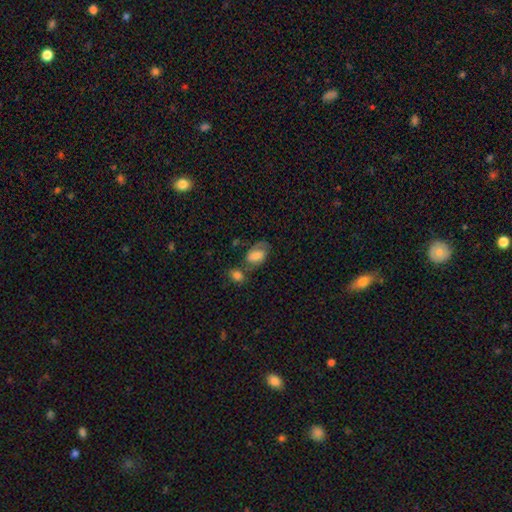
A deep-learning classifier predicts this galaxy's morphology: Q: Smooth or featured?
A: smooth (66%); runner-up: featured or disk (25%)
Q: How rounded?
A: in between (88%); runner-up: round (9%)
Q: Merging?
A: none (42%); runner-up: merger (25%)